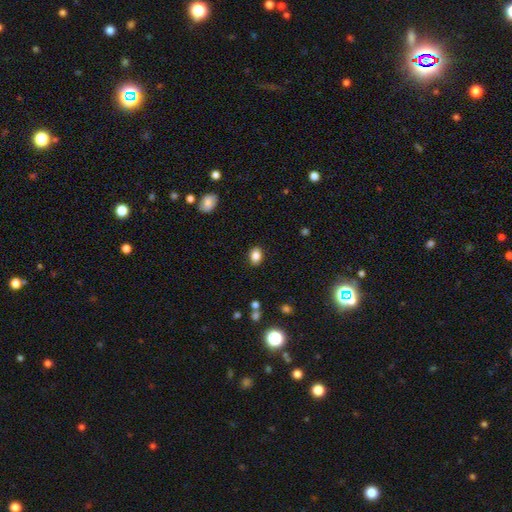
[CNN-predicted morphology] smooth 85%, star or artifact 10%, featured or disk 6%. Down the decision tree: how rounded — in between (68%); merging — none (87%).